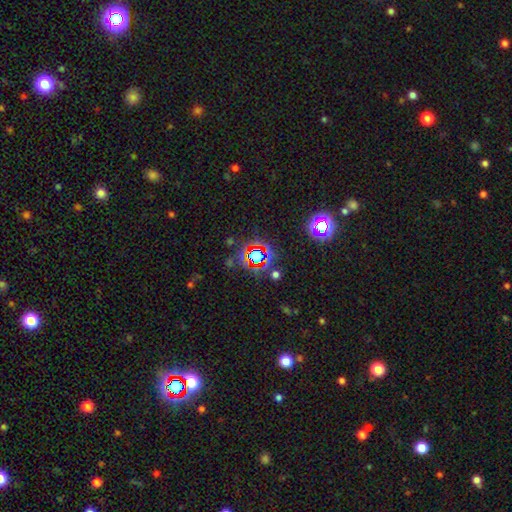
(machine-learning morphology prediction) This is likely a star or artifact rather than a galaxy (69%).